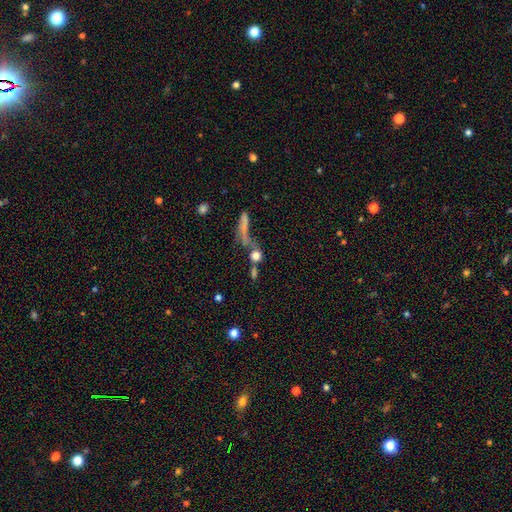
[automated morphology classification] smooth-or-featured: smooth: 68% | featured or disk: 16% | star or artifact: 16%
  how-rounded: round: 65% | in between: 20% | cigar-shaped: 15%
  merging: none: 41% | merger: 35% | major disturbance: 13% | minor disturbance: 10%